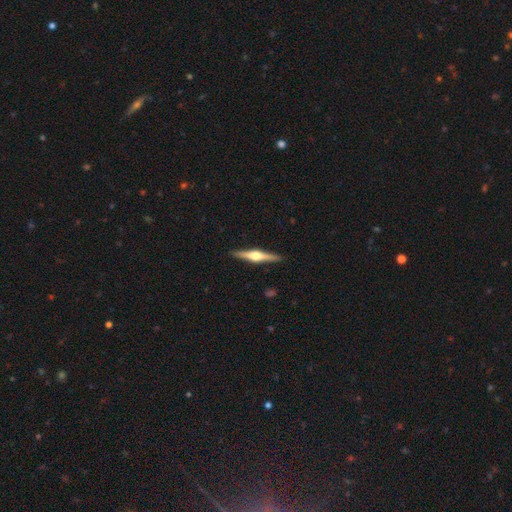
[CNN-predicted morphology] The model was most divided on "smooth or featured": featured or disk: 74%, smooth: 21%, star or artifact: 5%. More confident: edge-on disk — yes (98%); edge-on bulge — rounded (93%); merging — none (91%).